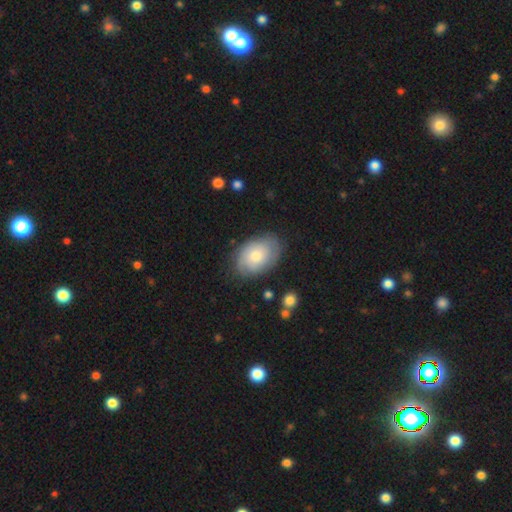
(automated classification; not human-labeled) Overall: smooth (56%; featured or disk 37%). How rounded: in between (83%). Merging: none (77%).